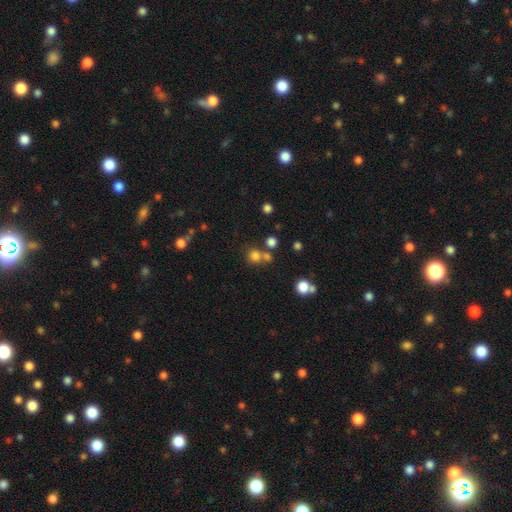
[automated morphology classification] Overall: smooth (73%). How rounded: round (88%). Merging: none (60%; merger 28%).